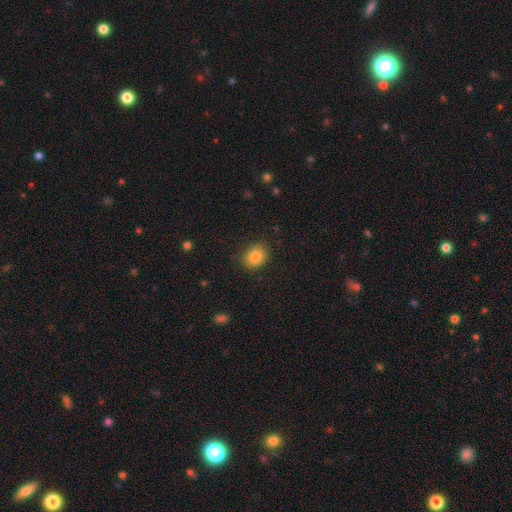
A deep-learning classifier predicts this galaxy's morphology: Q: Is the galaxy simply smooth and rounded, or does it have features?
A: smooth — 87%.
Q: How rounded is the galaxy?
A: in between — 52%.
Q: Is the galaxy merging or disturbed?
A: none — 84%.